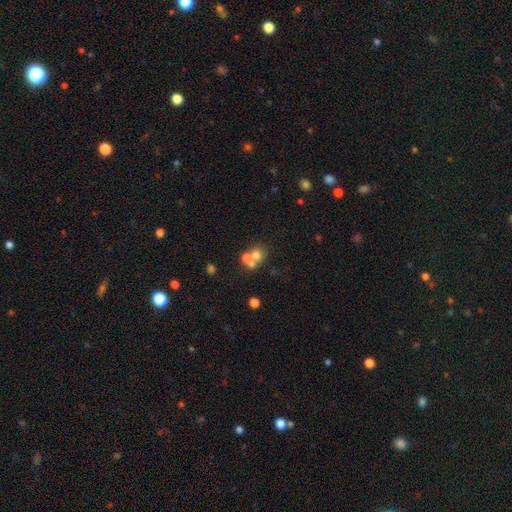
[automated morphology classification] smooth-or-featured: smooth: 61% | featured or disk: 23% | star or artifact: 16%
  how-rounded: round: 75% | in between: 24% | cigar-shaped: 1%
  merging: merger: 55% | none: 34% | minor disturbance: 7% | major disturbance: 5%